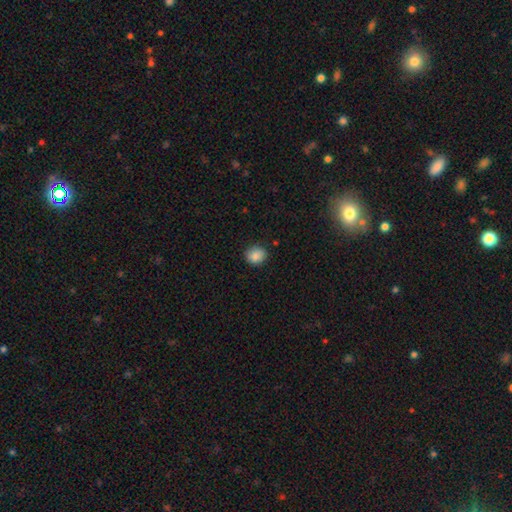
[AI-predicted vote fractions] smooth 88%, star or artifact 9%, featured or disk 4%. Down the decision tree: how rounded — round (77%); merging — none (85%).